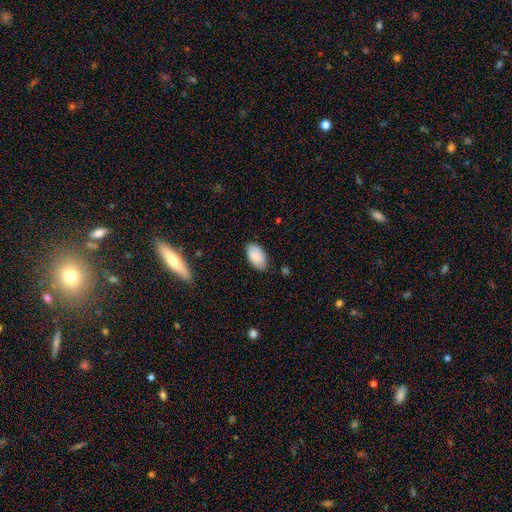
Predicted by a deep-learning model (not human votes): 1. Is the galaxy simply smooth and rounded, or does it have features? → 86% smooth, 8% featured or disk, 6% star or artifact.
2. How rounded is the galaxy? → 95% in between, 4% round, 1% cigar-shaped.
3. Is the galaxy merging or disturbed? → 82% none, 14% minor disturbance, 3% major disturbance, 1% merger.